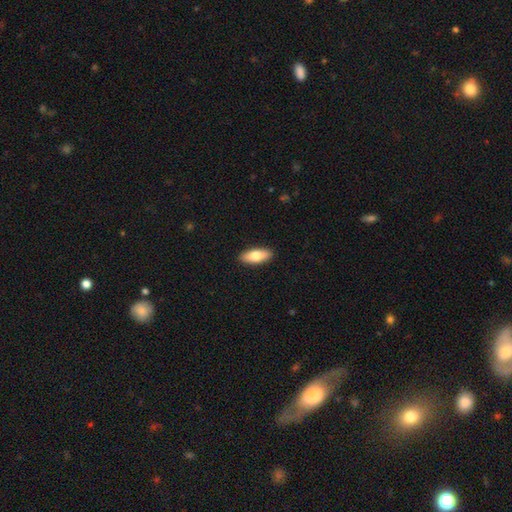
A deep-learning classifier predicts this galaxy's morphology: This appears to be a smooth galaxy with no disk features (76%) that is in between round and cigar-shaped (78%). Merging: none (91%).